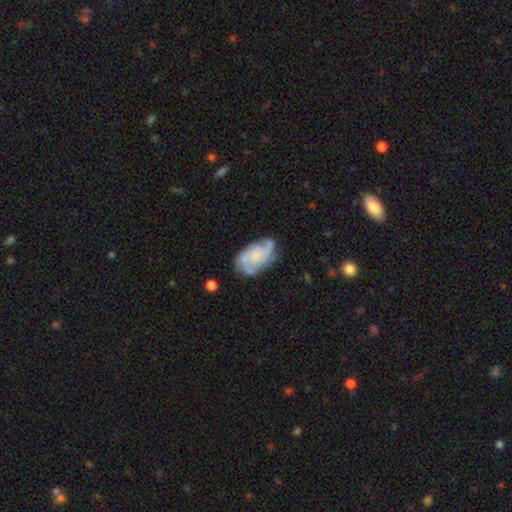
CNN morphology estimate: type=featured or disk (78%); edge-on=no (97%); bar=no (71%); spiral arms=yes (93%); winding=medium (44%); arm count=3 (32%); bulge=small (54%); merging=none (64%).